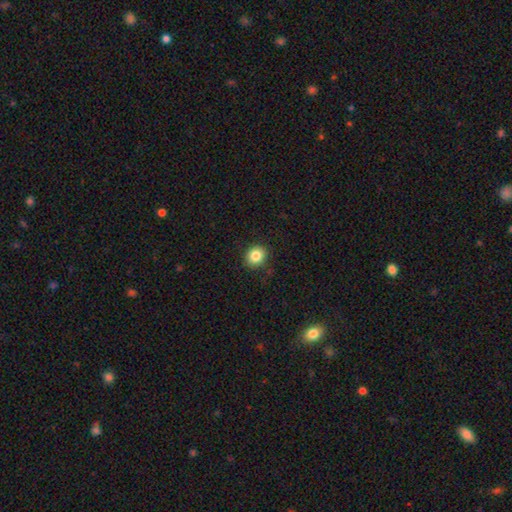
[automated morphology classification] smooth 84%, star or artifact 10%, featured or disk 5%. Down the decision tree: how rounded — round (83%); merging — none (89%).